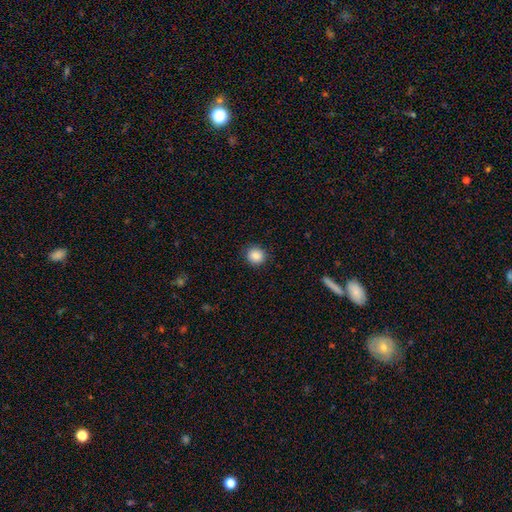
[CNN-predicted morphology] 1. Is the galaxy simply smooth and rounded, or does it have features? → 87% smooth, 9% star or artifact, 4% featured or disk.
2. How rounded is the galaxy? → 88% round, 11% in between, 1% cigar-shaped.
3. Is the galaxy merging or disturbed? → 90% none, 7% minor disturbance, 2% major disturbance, 1% merger.